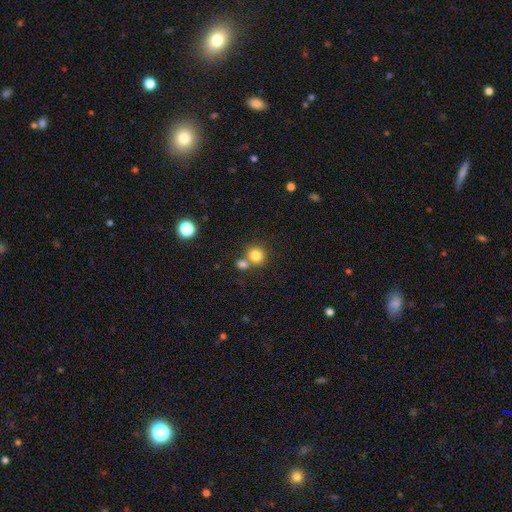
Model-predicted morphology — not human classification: Q: Smooth or featured?
A: smooth (82%); runner-up: star or artifact (11%)
Q: How rounded?
A: round (87%); runner-up: in between (12%)
Q: Merging?
A: none (58%); runner-up: merger (31%)